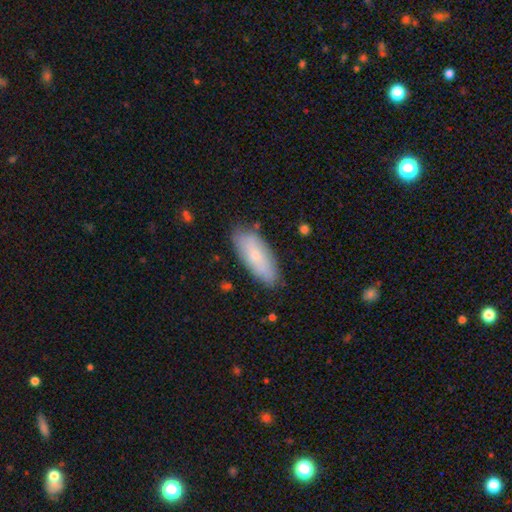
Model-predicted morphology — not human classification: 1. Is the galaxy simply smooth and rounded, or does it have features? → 70% smooth, 24% featured or disk, 6% star or artifact.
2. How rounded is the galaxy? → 78% in between, 20% cigar-shaped, 2% round.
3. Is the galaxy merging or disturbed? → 80% none, 16% minor disturbance, 3% major disturbance, 2% merger.